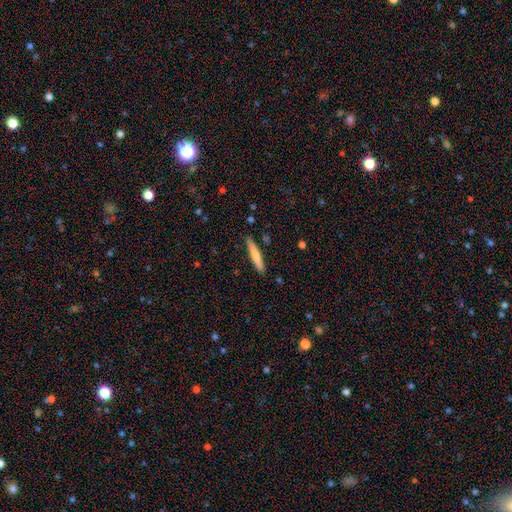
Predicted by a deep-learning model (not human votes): Smooth or featured? Predicted: smooth (p=0.66). How rounded? Predicted: cigar-shaped (p=0.93). Merging? Predicted: none (p=0.89).